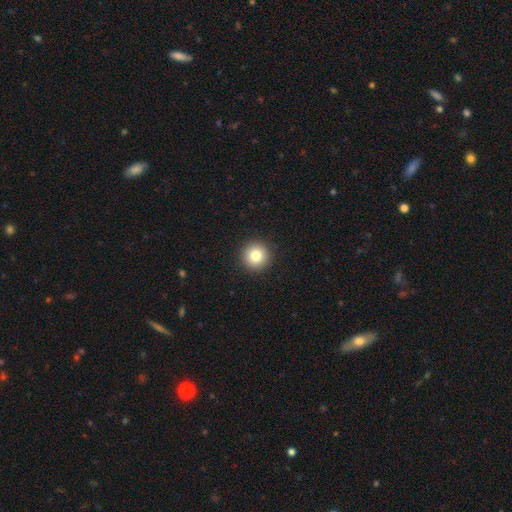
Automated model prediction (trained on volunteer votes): Morphology: type=smooth (81%); roundness=round (96%); merging=none (93%).